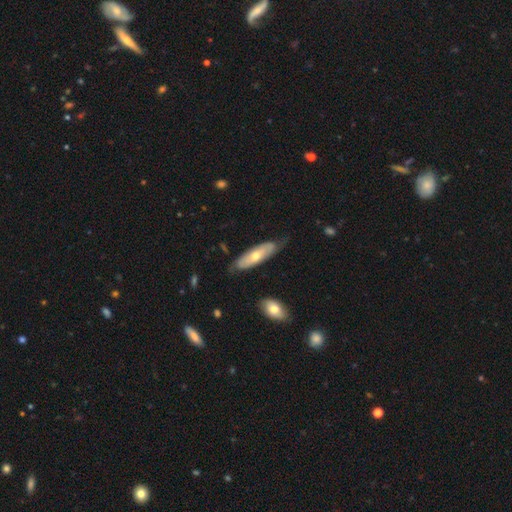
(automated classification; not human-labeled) smooth_or_featured: smooth (p=0.49) [alt: featured or disk p=0.45]
merging: none (p=0.69) [alt: minor disturbance p=0.24]